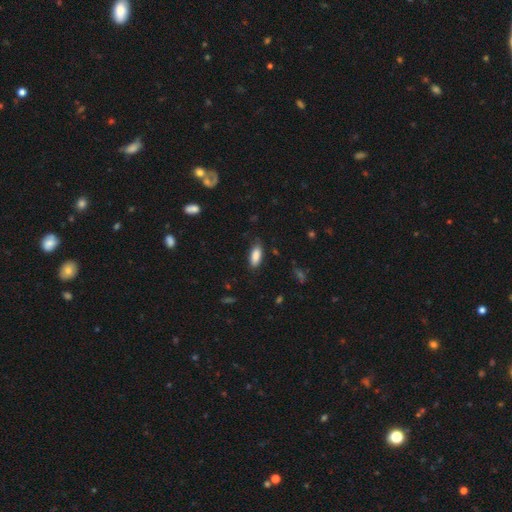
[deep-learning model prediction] Overall: smooth (87%). How rounded: in between (84%). Merging: none (76%).